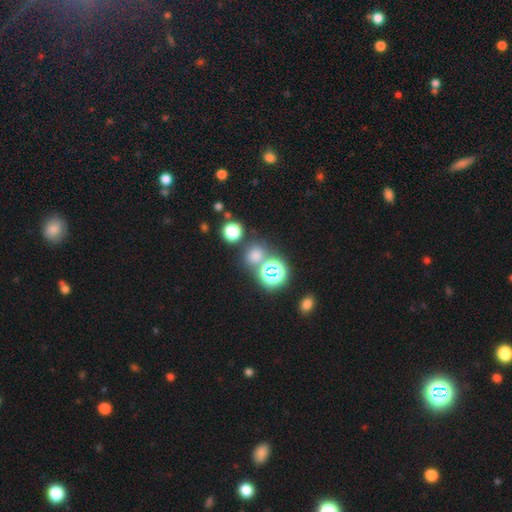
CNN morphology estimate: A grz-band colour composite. It shows a smooth galaxy with no disk features (60%) that is round (81%). Merging: none (69%).